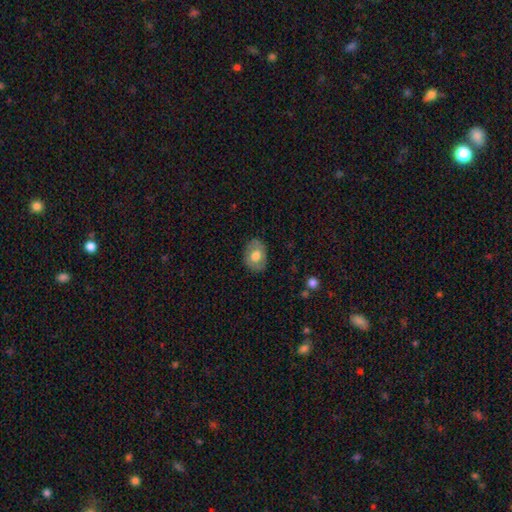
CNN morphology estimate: Smooth or featured: smooth — 65% (featured or disk — 29%)
How rounded: in between — 69% (round — 30%)
Merging: none — 81% (minor disturbance — 14%)